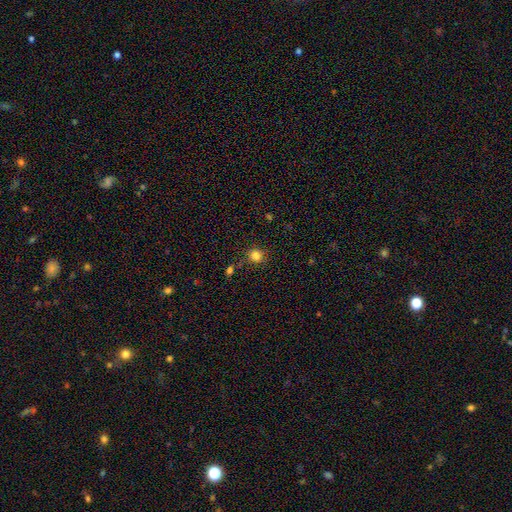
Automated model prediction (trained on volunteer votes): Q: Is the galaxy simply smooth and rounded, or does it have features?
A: smooth — 82%.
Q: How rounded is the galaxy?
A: round — 90%.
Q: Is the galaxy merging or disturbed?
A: none — 83%.